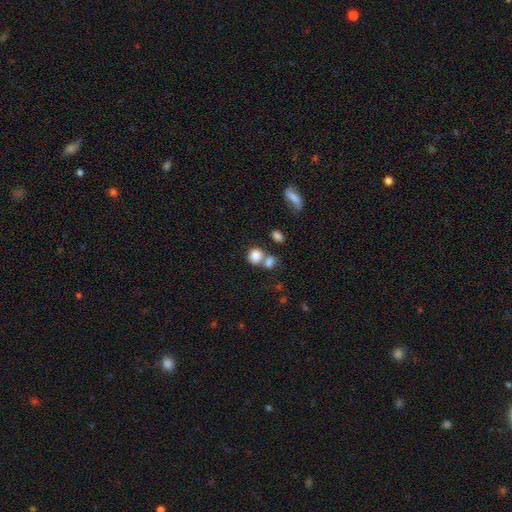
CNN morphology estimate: smooth 82%, star or artifact 10%, featured or disk 8%. Down the decision tree: how rounded — round (67%); merging — merger (43%, tied with none).